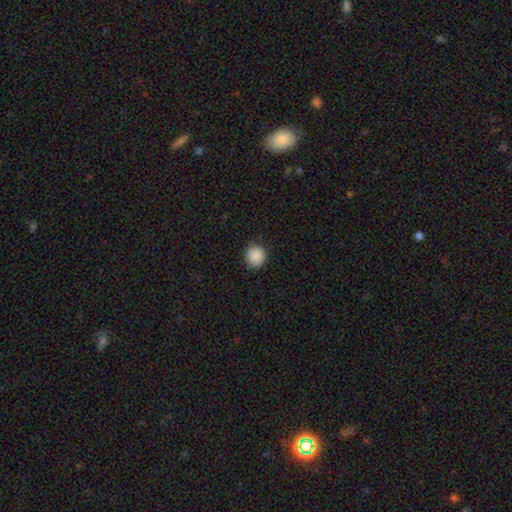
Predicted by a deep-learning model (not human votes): Smooth or featured? smooth (89%)
How rounded? round (88%)
Merging? none (86%)